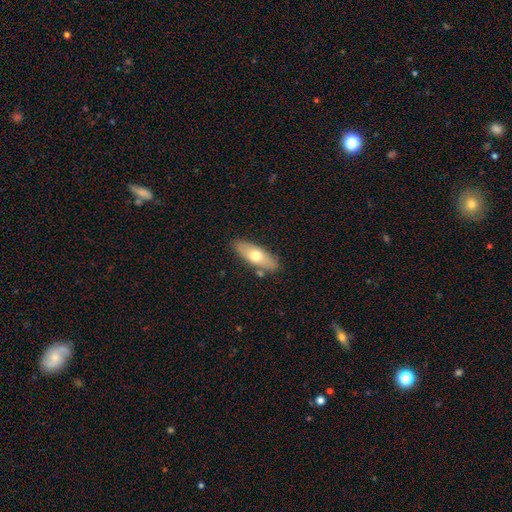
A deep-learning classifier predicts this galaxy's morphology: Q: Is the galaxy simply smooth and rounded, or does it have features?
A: smooth — 64%.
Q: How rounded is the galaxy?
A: in between — 69%.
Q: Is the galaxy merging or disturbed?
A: none — 82%.